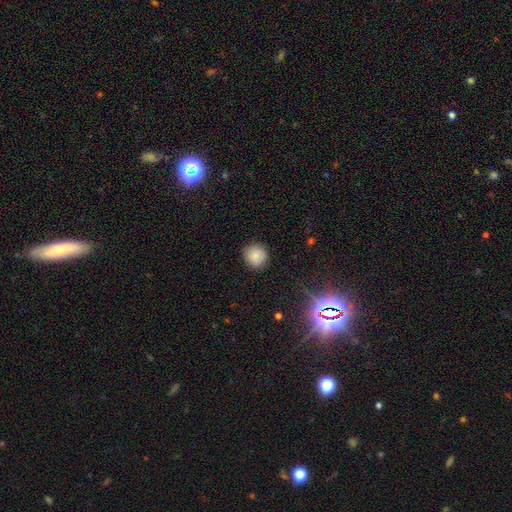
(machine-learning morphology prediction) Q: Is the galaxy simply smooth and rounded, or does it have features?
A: smooth — 84%.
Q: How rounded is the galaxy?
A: round — 92%.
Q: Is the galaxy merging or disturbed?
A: none — 87%.